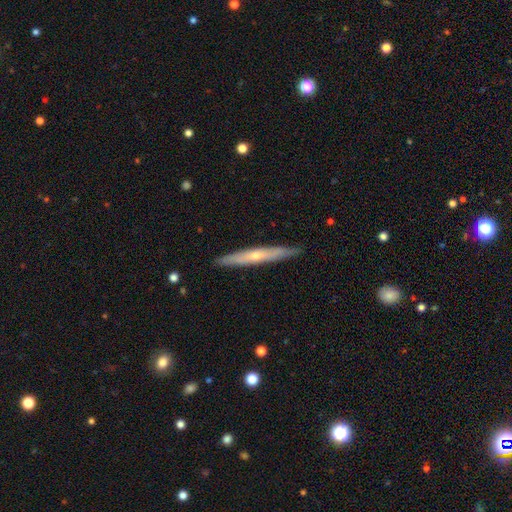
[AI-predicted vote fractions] A featured or disk galaxy (60%) viewed edge-on (92%) with a rounded central bulge (67%).

Vote fractions:
- Smooth or featured? featured or disk: 60% / smooth: 35% / star or artifact: 6%
- Edge-on disk? yes: 92% / no: 8%
- Edge-on bulge? rounded: 67% / none: 30% / boxy: 2%
- Merging? none: 90% / minor disturbance: 7% / major disturbance: 1% / merger: 1%